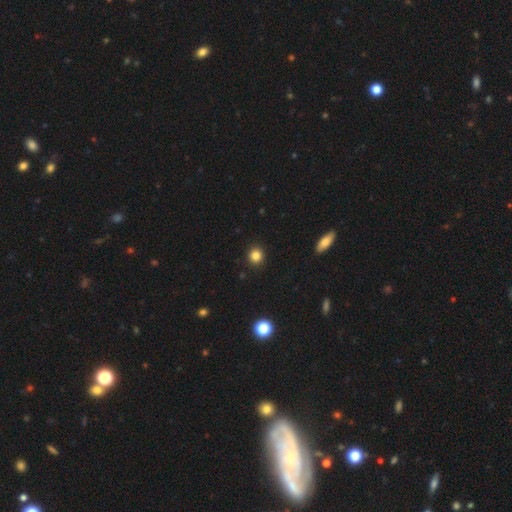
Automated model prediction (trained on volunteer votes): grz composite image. It shows a smooth galaxy with no disk features (84%) that is round (89%). Merging: none (92%).